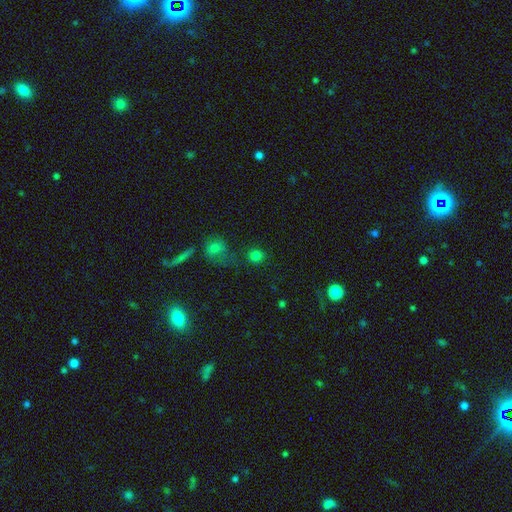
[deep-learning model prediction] Morphology: type=smooth (79%); roundness=round (88%); merging=none (73%).